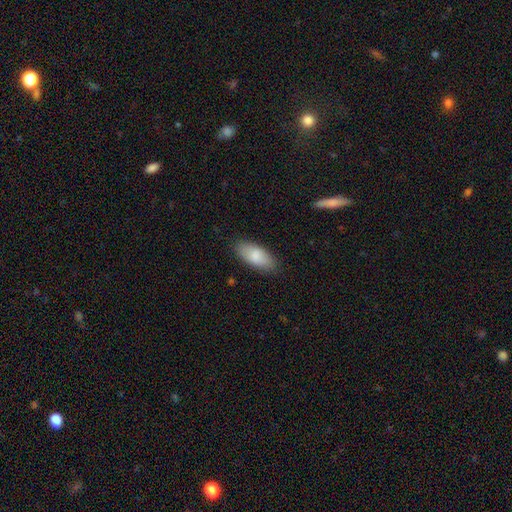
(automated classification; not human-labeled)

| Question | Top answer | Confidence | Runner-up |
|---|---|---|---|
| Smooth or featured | smooth | 85% | featured or disk (10%) |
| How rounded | in between | 88% | cigar-shaped (10%) |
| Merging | none | 85% | minor disturbance (12%) |